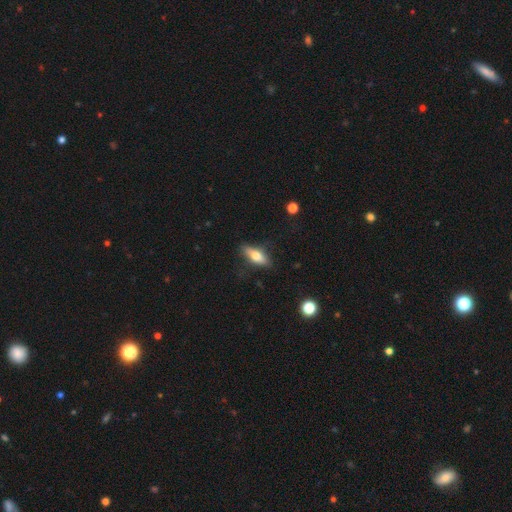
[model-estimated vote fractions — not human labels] smooth-or-featured: smooth: 62% | featured or disk: 31% | star or artifact: 6%
  how-rounded: in between: 60% | cigar-shaped: 37% | round: 3%
  merging: none: 79% | minor disturbance: 16% | major disturbance: 4% | merger: 1%